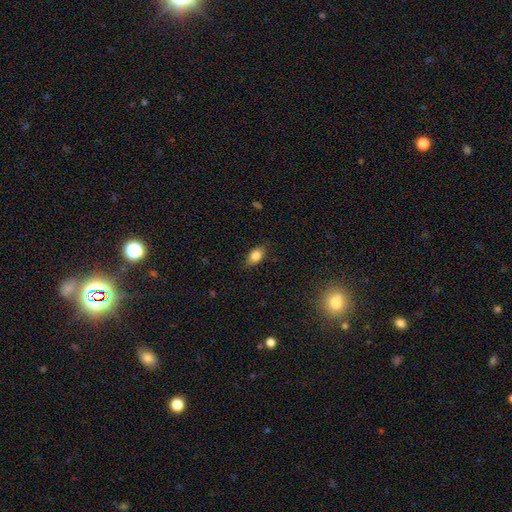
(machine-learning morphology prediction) Q: Smooth or featured?
A: smooth (85%); runner-up: star or artifact (9%)
Q: How rounded?
A: in between (85%); runner-up: round (11%)
Q: Merging?
A: none (82%); runner-up: minor disturbance (14%)